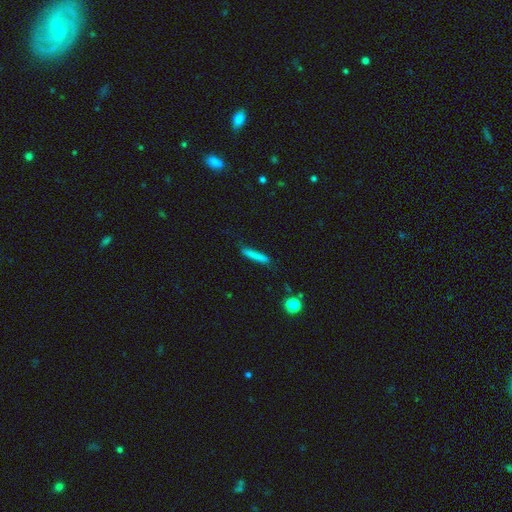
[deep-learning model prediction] Smooth or featured? smooth (79%)
How rounded? cigar-shaped (92%)
Merging? none (73%)